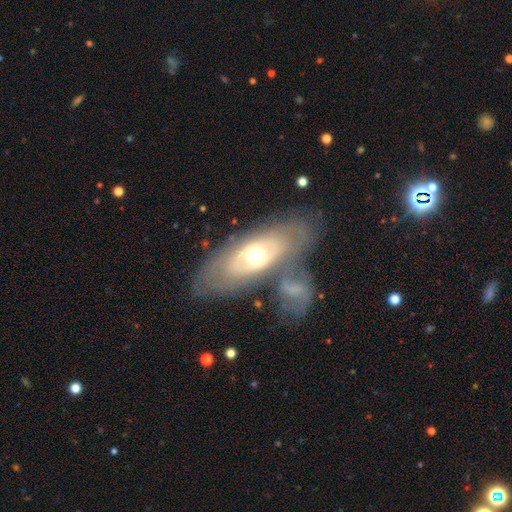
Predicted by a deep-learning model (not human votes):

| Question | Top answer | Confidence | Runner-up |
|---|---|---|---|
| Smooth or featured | featured or disk | 64% | smooth (30%) |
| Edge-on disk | no | 84% | yes (16%) |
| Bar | no | 80% | weak (13%) |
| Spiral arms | no | 66% | yes (34%) |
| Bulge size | moderate | 70% | large (17%) |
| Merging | none | 58% | merger (20%) |